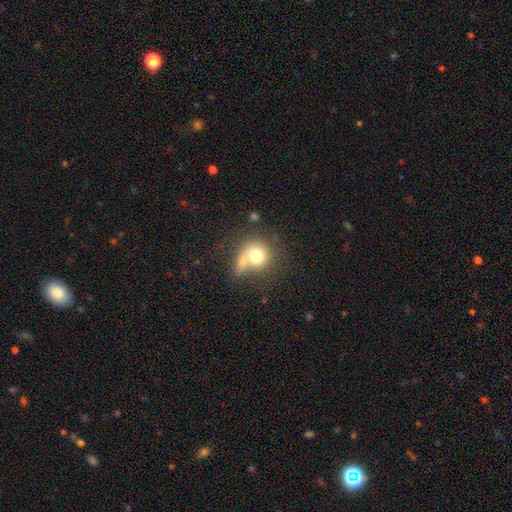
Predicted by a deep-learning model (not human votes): The model was most divided on "merging" (2-way tie): none: 38%, merger: 38%, minor disturbance: 14%, major disturbance: 10%. More confident: how rounded — round (84%); smooth or featured — smooth (72%).